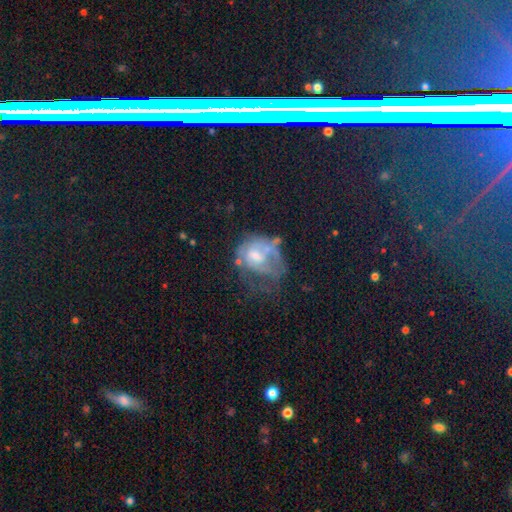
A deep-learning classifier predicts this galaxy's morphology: The model was most divided on "merging": major disturbance: 39%, none: 30%, minor disturbance: 24%, merger: 7%. Remaining: edge-on disk — no (97%); bar — no (72%); smooth or featured — featured or disk (56%); spiral arms — no (56%); bulge size — moderate (49%).